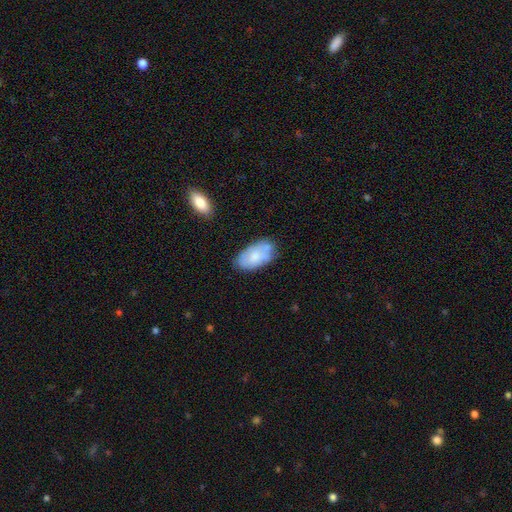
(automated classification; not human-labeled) Smooth or featured? smooth (67%)
How rounded? in between (94%)
Merging? none (61%)